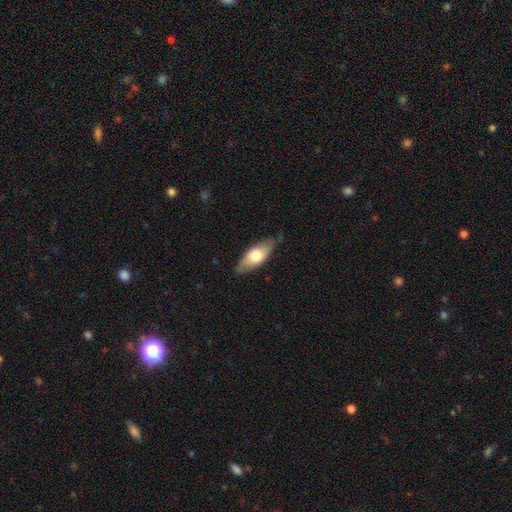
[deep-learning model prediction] smooth 64%, featured or disk 30%, star or artifact 6%. Down the decision tree: how rounded — in between (77%); merging — none (79%).